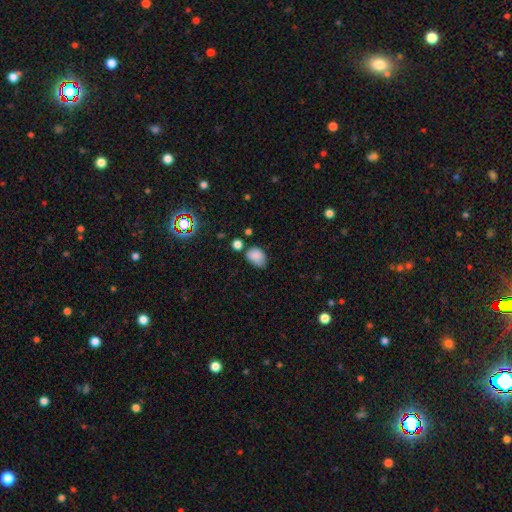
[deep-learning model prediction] Overall: smooth (80%). How rounded: in between (72%). Merging: none (50%; minor disturbance 34%).